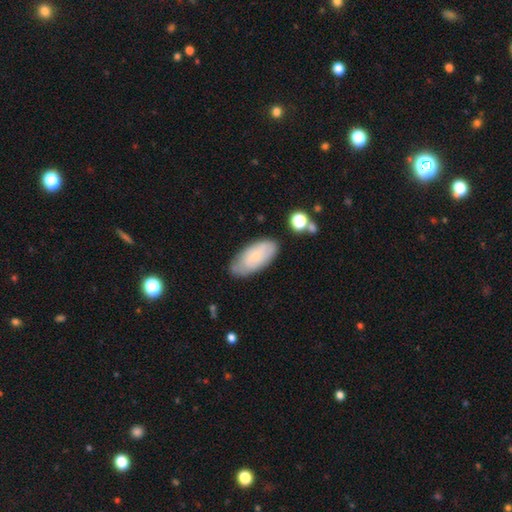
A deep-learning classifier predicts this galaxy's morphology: Smooth or featured: smooth — 62% (featured or disk — 31%)
How rounded: in between — 90% (cigar-shaped — 8%)
Merging: none — 72% (minor disturbance — 21%)